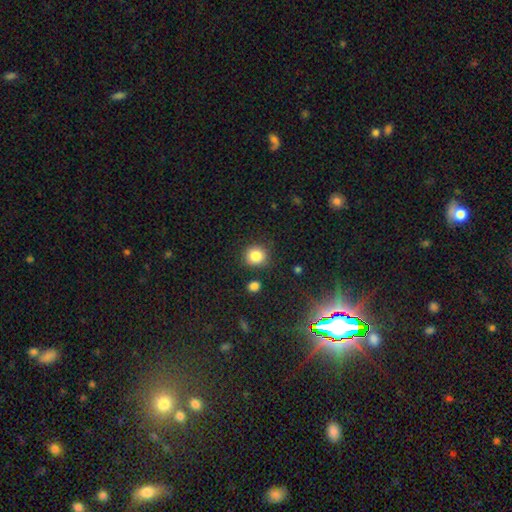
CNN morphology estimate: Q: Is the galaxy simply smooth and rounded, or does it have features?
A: smooth — 84%.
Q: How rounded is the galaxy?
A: round — 86%.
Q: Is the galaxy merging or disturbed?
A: none — 84%.